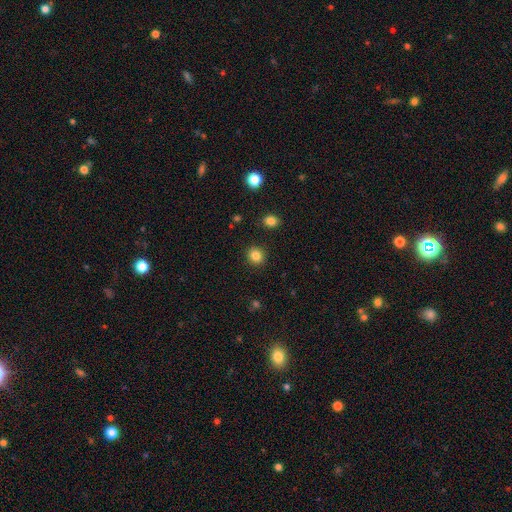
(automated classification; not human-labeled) This is clearly a smooth galaxy (84%). How rounded: clearly round (86%). Merging: clearly none (91%).